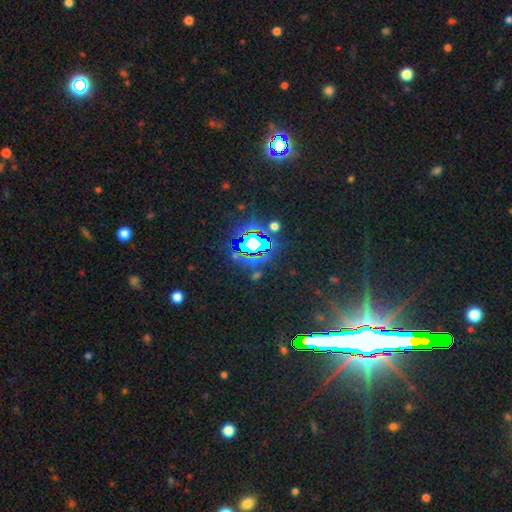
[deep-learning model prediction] smooth_or_featured: star or artifact (p=0.83) [alt: featured or disk p=0.09]